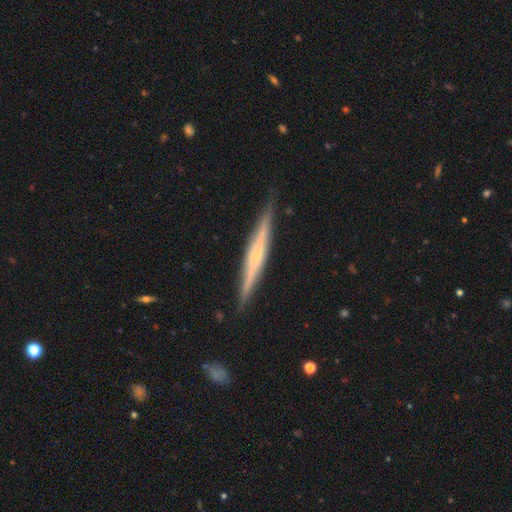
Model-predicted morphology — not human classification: The model was most divided on "edge-on bulge": rounded: 42%, none: 39%, boxy: 19%. More confident: edge-on disk — yes (98%); merging — none (89%); smooth or featured — featured or disk (67%).